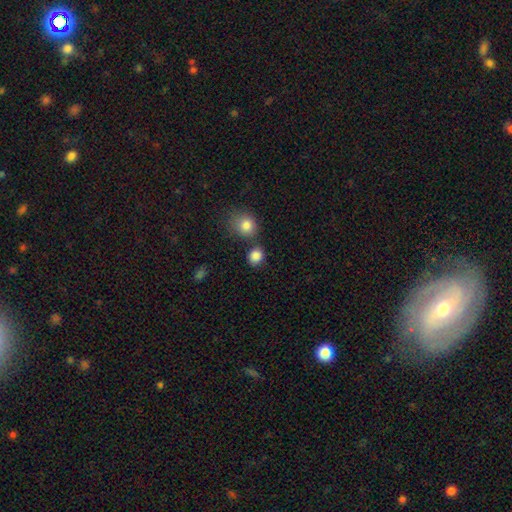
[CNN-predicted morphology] This is clearly a smooth galaxy (85%). How rounded: likely round (77%). Merging: likely none (71%).